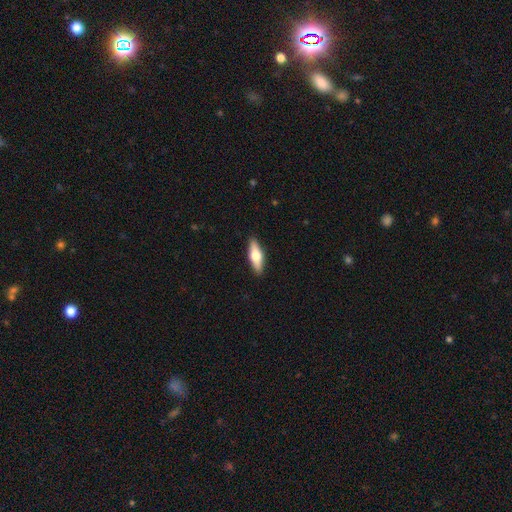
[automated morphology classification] A smooth galaxy with no disk features (54%) that is in between round and cigar-shaped (52%). Merging: none (90%).